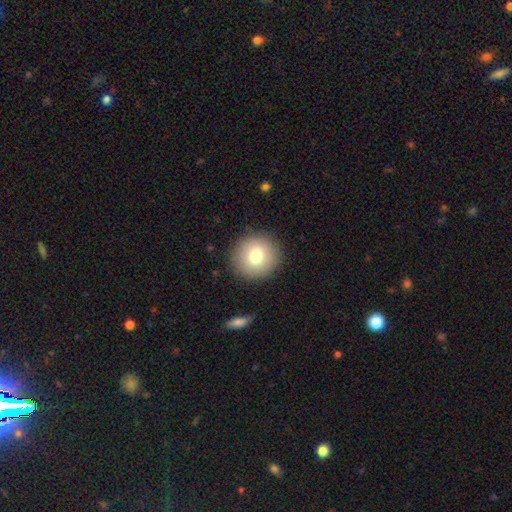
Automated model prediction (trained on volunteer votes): Morphology: type=smooth (78%); roundness=round (93%); merging=none (90%).